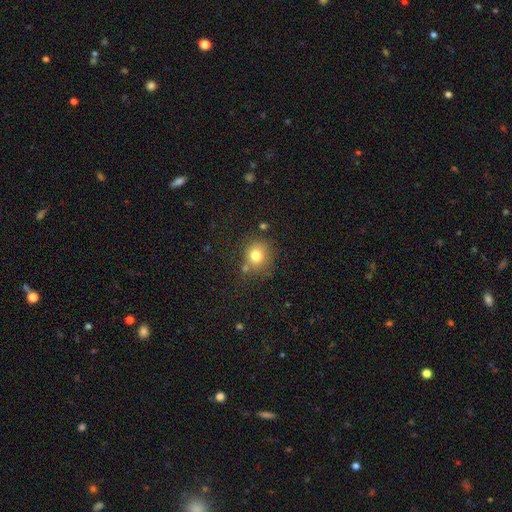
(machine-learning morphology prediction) The model was most divided on "merging": none: 69%, minor disturbance: 16%, merger: 10%, major disturbance: 6%. More confident: how rounded — round (84%); smooth or featured — smooth (78%).